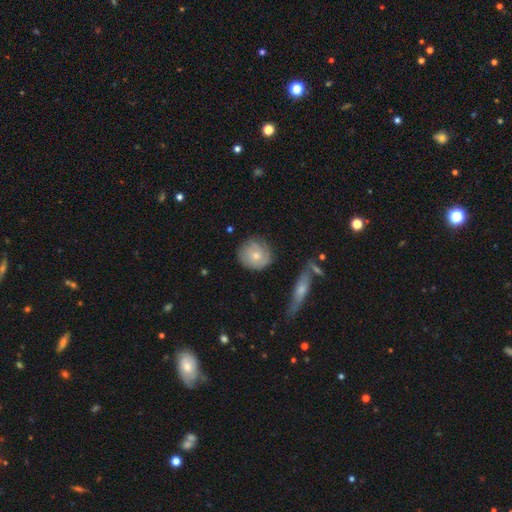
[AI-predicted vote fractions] This appears to be a smooth galaxy with no disk features (59%) that is round (87%). Merging: none (71%).